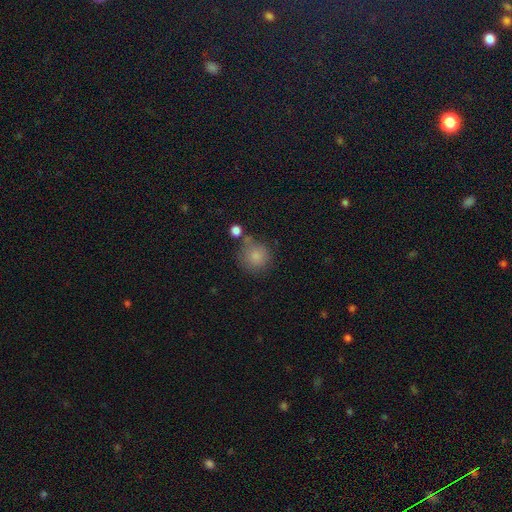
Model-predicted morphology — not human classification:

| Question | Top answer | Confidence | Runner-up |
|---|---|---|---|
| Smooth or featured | smooth | 83% | star or artifact (10%) |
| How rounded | round | 91% | in between (8%) |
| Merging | none | 65% | minor disturbance (17%) |